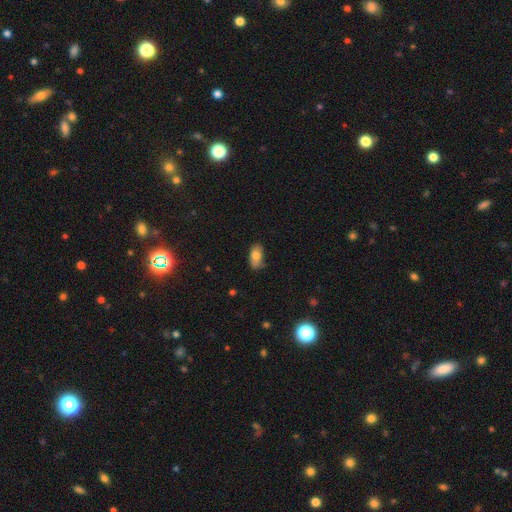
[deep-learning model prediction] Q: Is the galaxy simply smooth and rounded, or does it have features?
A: smooth — 79%.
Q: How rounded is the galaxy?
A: in between — 91%.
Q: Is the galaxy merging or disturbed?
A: none — 71%.